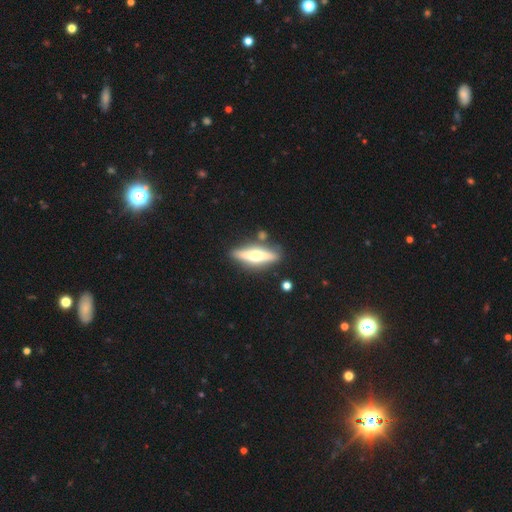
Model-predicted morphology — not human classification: Overall: featured or disk (65%; smooth 30%). Edge-on disk: yes (93%). Edge-on bulge: rounded (94%). Merging: none (82%).